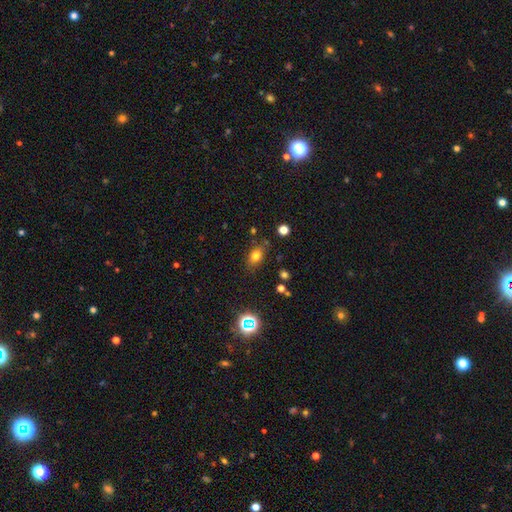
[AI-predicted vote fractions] Overall: smooth (75%). How rounded: in between (72%). Merging: none (78%).